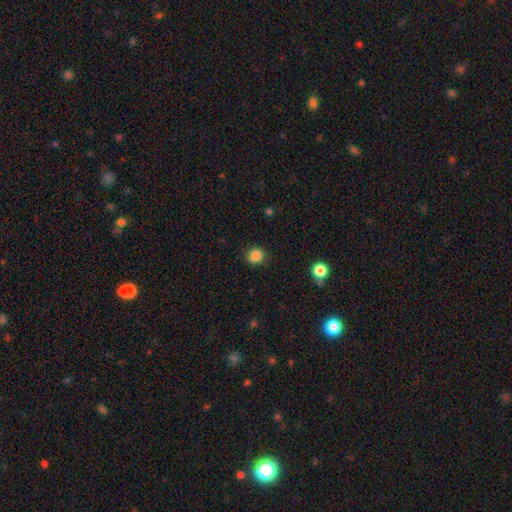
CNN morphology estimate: smooth-or-featured: smooth: 86% | star or artifact: 11% | featured or disk: 3%
  how-rounded: round: 91% | in between: 8% | cigar-shaped: 1%
  merging: none: 89% | minor disturbance: 8% | major disturbance: 2% | merger: 1%